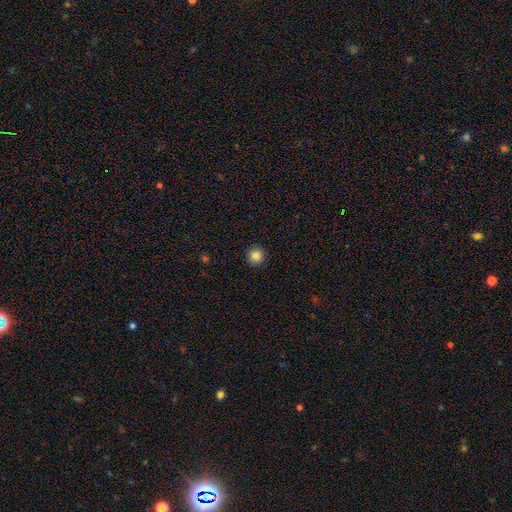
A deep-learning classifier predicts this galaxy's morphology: Overall: smooth (85%). How rounded: round (95%). Merging: none (93%).